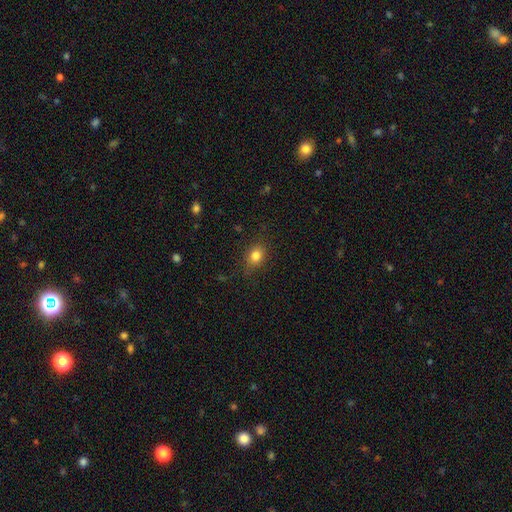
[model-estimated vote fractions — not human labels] smooth_or_featured: smooth (p=0.82) [alt: star or artifact p=0.11]
how_rounded: in between (p=0.54) [alt: round p=0.45]
merging: none (p=0.83) [alt: minor disturbance p=0.13]